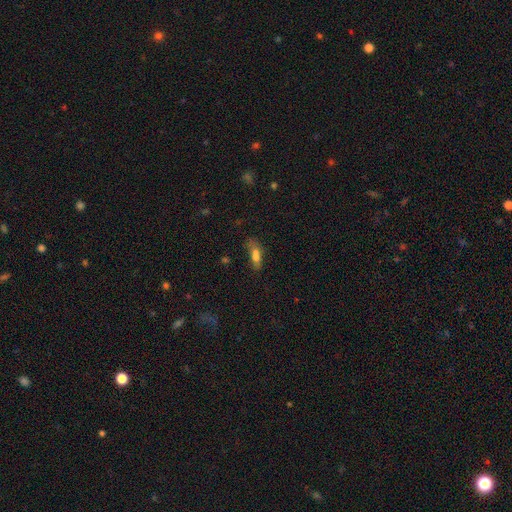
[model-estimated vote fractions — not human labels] Q: Smooth or featured?
A: smooth (67%); runner-up: featured or disk (20%)
Q: How rounded?
A: in between (66%); runner-up: cigar-shaped (26%)
Q: Merging?
A: merger (35%); runner-up: none (31%)